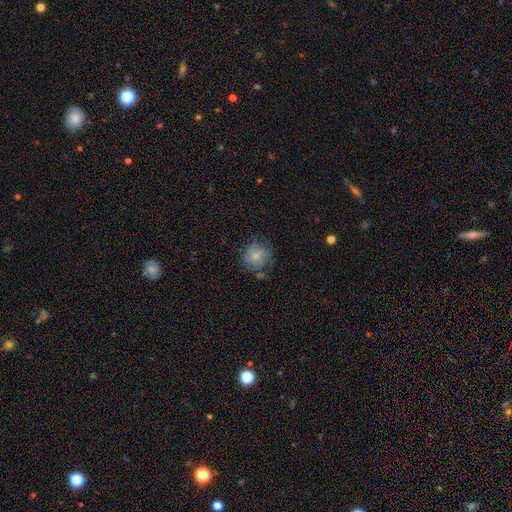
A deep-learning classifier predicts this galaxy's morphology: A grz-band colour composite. It shows a smooth galaxy with no disk features (68%) that is round (82%). Merging: none (57%).